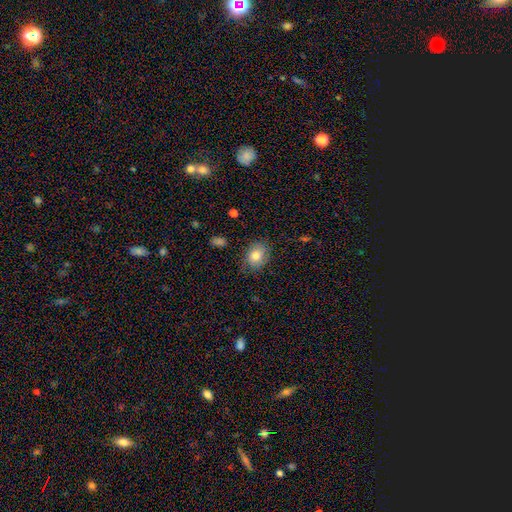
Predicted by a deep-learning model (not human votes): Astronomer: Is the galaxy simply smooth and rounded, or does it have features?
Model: smooth — 78%.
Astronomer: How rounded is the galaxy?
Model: in between — 57% (runner-up: round, 42%).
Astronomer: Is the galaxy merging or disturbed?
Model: none — 79%.